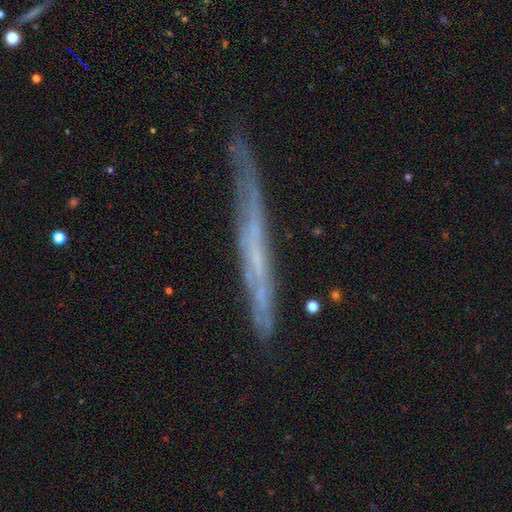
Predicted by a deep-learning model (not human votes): This appears to be a featured or disk galaxy (63%) viewed edge-on (88%) with no central bulge (87%). Merging: none (72%).